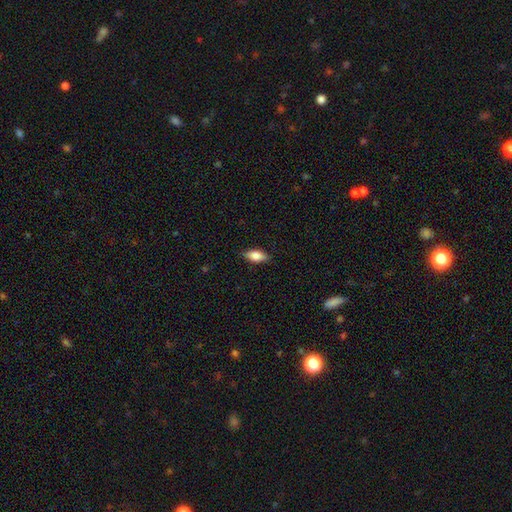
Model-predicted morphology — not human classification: This is likely a smooth galaxy (77%). How rounded: clearly in between (83%). Merging: clearly none (86%).